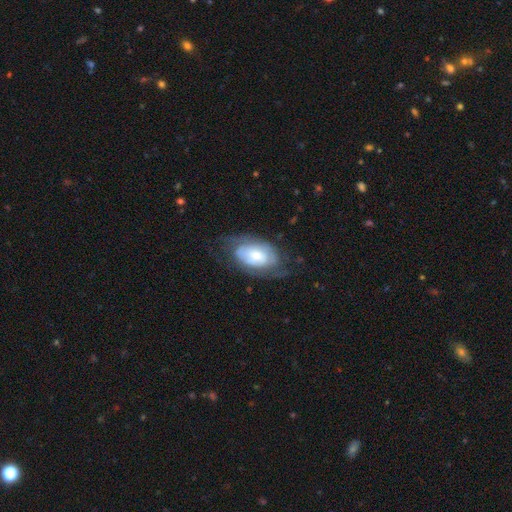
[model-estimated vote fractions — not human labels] smooth_or_featured: featured or disk (p=0.53) [alt: smooth p=0.41]
disk_edge_on: no (p=0.93) [alt: yes p=0.07]
merging: none (p=0.55) [alt: minor disturbance p=0.26]